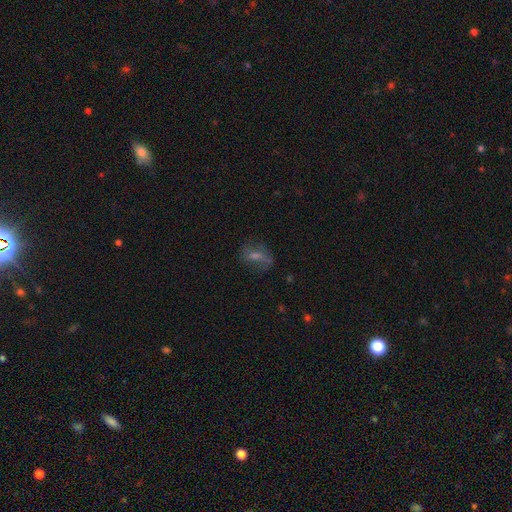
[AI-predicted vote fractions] Overall: featured or disk (41%; smooth 38%). Merging: none (65%).